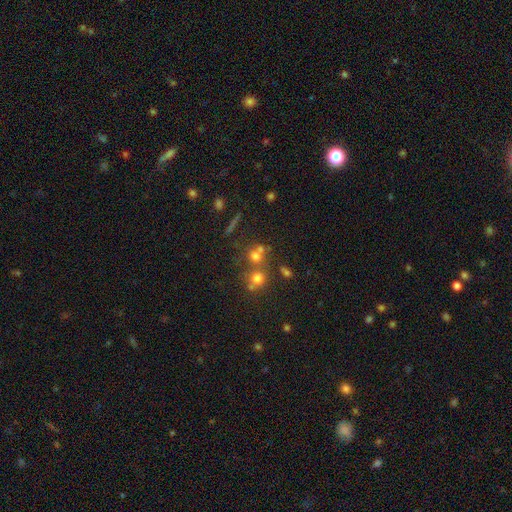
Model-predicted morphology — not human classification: A smooth galaxy with no disk features (63%) that is round (83%).

Vote fractions:
- Smooth or featured? smooth: 63% / star or artifact: 21% / featured or disk: 16%
- How rounded? round: 83% / in between: 15% / cigar-shaped: 2%
- Merging? none: 50% / merger: 37% / minor disturbance: 8% / major disturbance: 4%